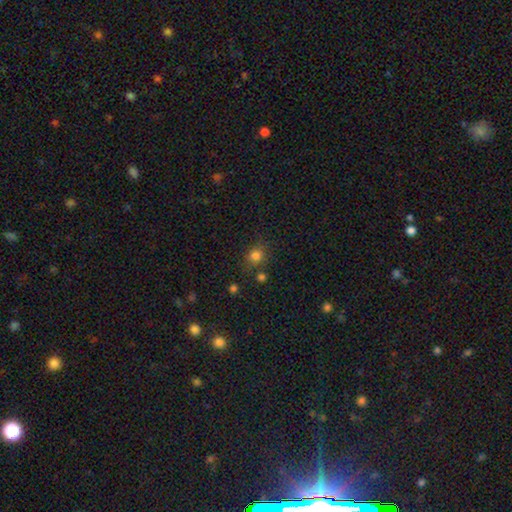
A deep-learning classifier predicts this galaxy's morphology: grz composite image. It shows a smooth galaxy with no disk features (79%) that is round (80%). Merging: none (75%).